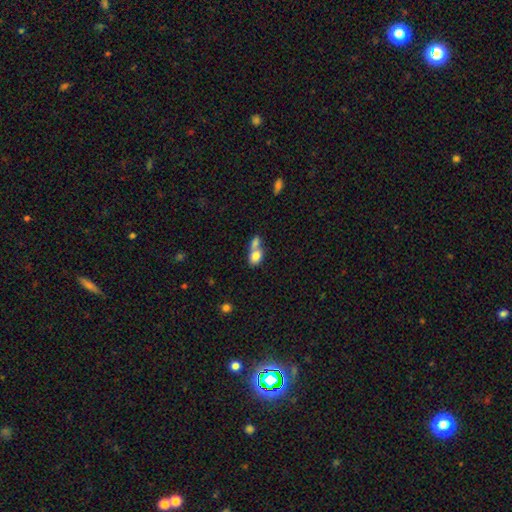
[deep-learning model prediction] This is likely a smooth galaxy (78%). How rounded: likely in between (73%). Merging: likely merger (66%).